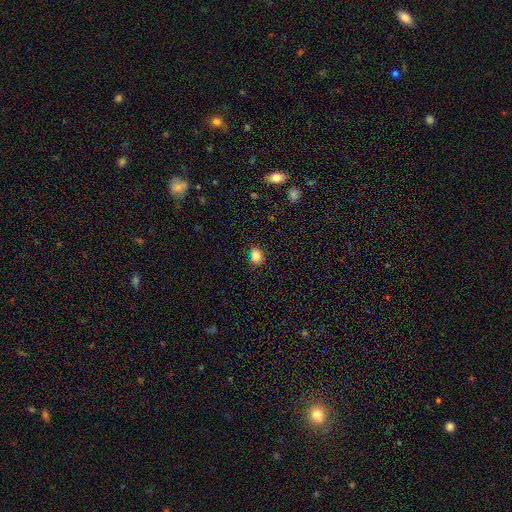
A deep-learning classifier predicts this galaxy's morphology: Smooth or featured? smooth (84%)
How rounded? round (58%)
Merging? none (85%)